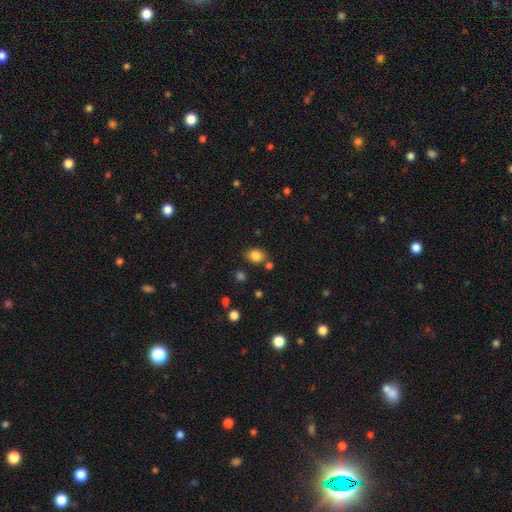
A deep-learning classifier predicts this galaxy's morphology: smooth_or_featured: smooth (p=0.83) [alt: star or artifact p=0.11]
how_rounded: in between (p=0.58) [alt: round p=0.41]
merging: none (p=0.74) [alt: minor disturbance p=0.13]